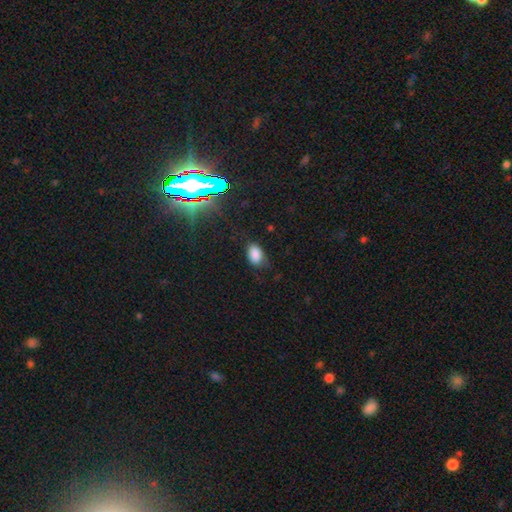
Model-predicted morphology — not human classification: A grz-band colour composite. It shows a smooth galaxy with no disk features (83%) that is in between round and cigar-shaped (87%). Merging: none (64%).